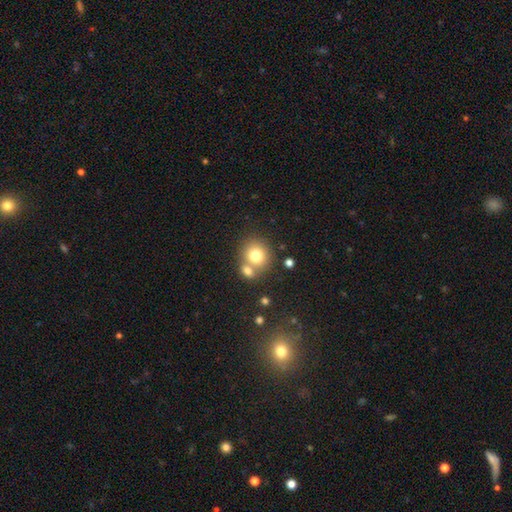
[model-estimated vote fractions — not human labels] Smooth or featured?
  - smooth: 77% *
  - featured or disk: 12%
  - star or artifact: 11%
How rounded?
  - round: 80% *
  - in between: 19%
  - cigar-shaped: 1%
Merging?
  - none: 53% *
  - merger: 35%
  - minor disturbance: 9%
  - major disturbance: 3%